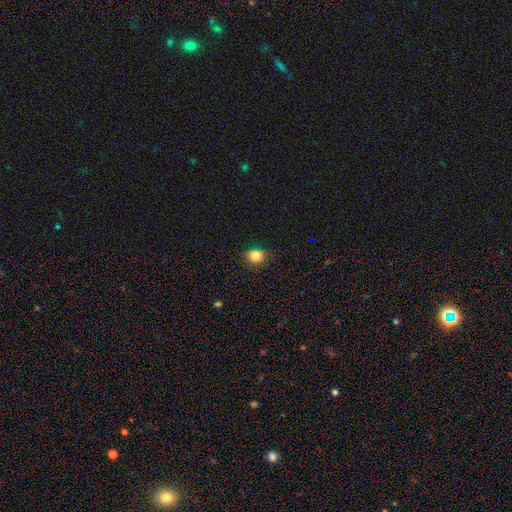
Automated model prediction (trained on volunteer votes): Q: Smooth or featured?
A: smooth (83%); runner-up: star or artifact (11%)
Q: How rounded?
A: round (65%); runner-up: in between (35%)
Q: Merging?
A: none (84%); runner-up: minor disturbance (12%)